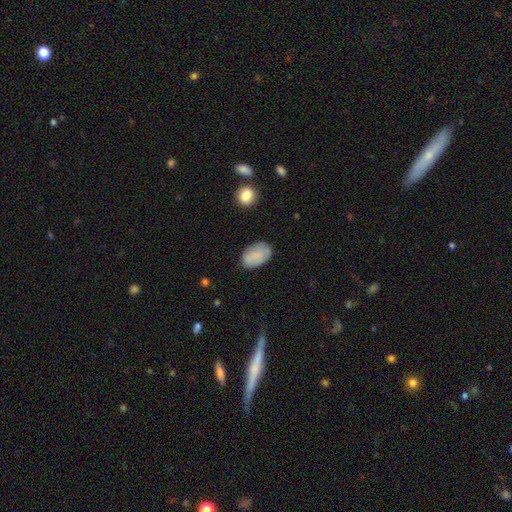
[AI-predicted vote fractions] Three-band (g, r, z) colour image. It shows a smooth galaxy with no disk features (80%) that is in between round and cigar-shaped (91%). Merging: none (77%).